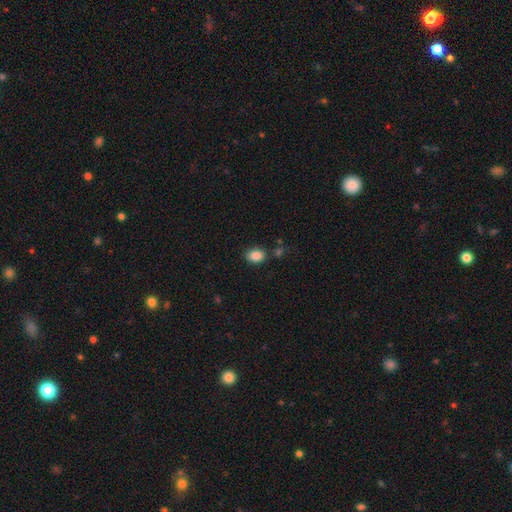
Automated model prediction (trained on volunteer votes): smooth_or_featured: smooth (p=0.86) [alt: star or artifact p=0.09]
how_rounded: in between (p=0.70) [alt: round p=0.29]
merging: none (p=0.78) [alt: minor disturbance p=0.13]